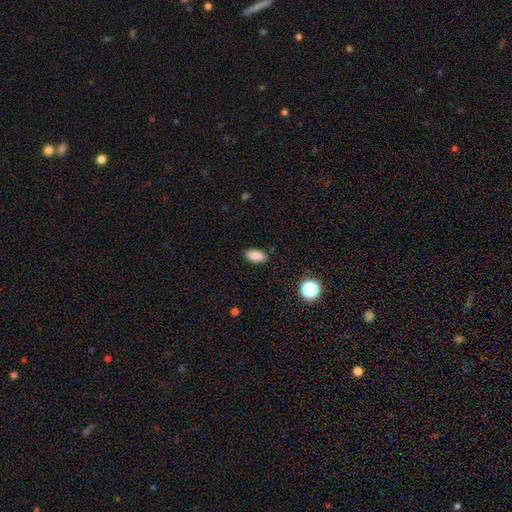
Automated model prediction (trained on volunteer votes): This appears to be a smooth galaxy with no disk features (86%) that is in between round and cigar-shaped (90%). Merging: none (89%).